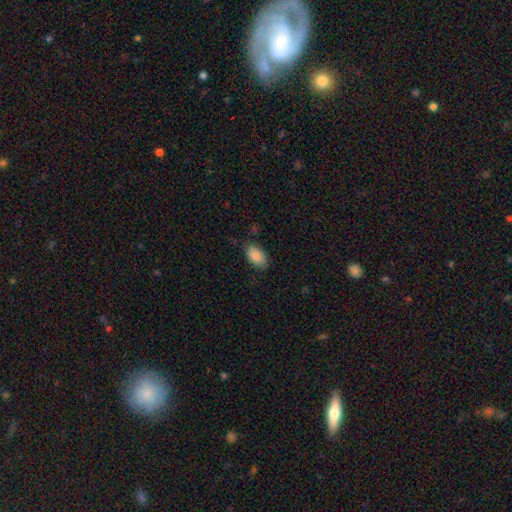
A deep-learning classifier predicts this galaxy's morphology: This appears to be a smooth galaxy with no disk features (86%) that is in between round and cigar-shaped (93%). Merging: none (78%).